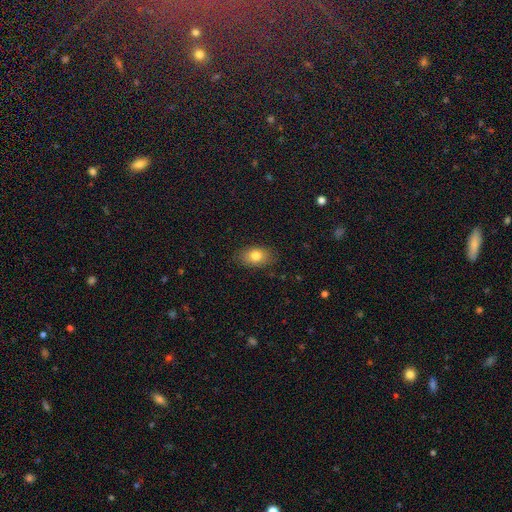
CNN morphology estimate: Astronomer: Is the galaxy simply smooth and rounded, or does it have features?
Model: smooth — 80%.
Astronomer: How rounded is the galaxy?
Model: in between — 85%.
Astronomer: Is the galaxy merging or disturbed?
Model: none — 84%.